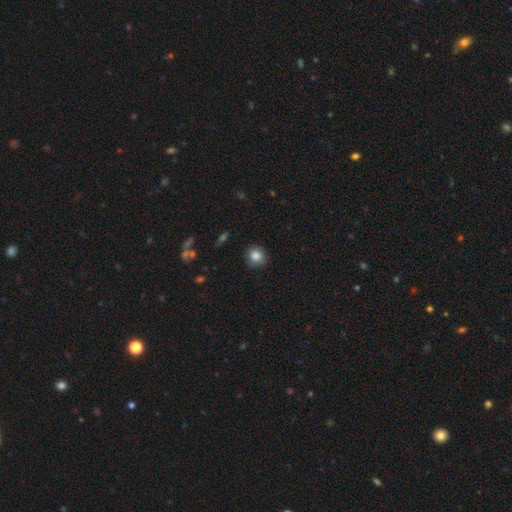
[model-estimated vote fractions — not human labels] Q: Smooth or featured?
A: smooth (82%); runner-up: featured or disk (9%)
Q: How rounded?
A: round (87%); runner-up: in between (12%)
Q: Merging?
A: none (84%); runner-up: minor disturbance (12%)